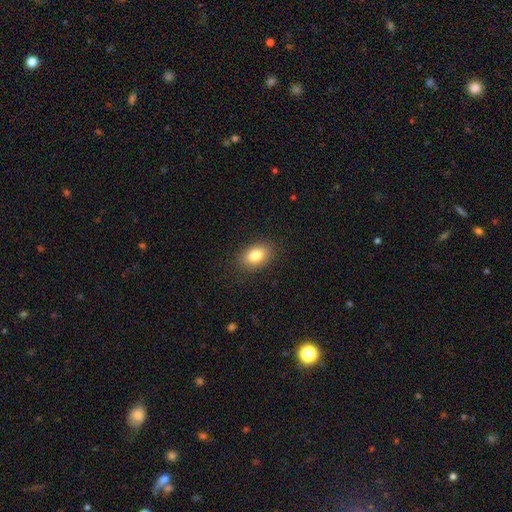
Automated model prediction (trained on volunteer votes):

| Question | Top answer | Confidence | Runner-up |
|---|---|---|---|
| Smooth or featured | smooth | 82% | featured or disk (9%) |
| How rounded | in between | 84% | round (14%) |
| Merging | none | 87% | minor disturbance (10%) |